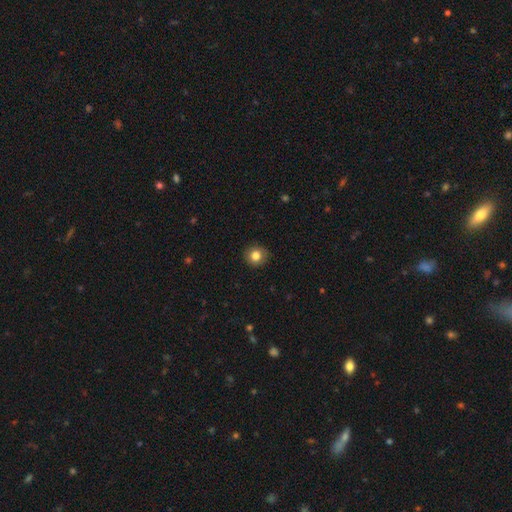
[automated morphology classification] This is clearly a smooth galaxy (83%). How rounded: clearly round (90%). Merging: clearly none (90%).